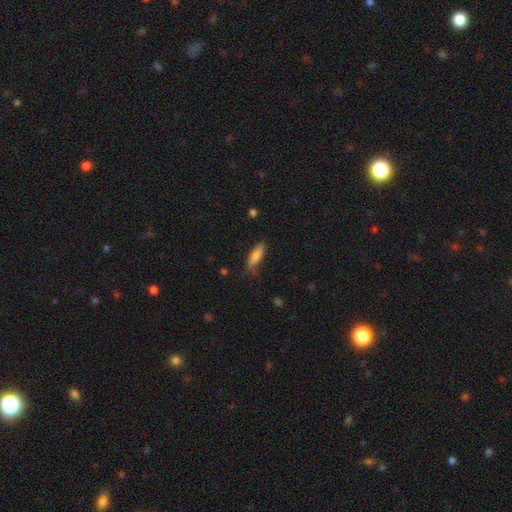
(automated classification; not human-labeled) Smooth or featured: smooth — 78% (featured or disk — 16%)
How rounded: cigar-shaped — 51% (in between — 47%)
Merging: none — 71% (minor disturbance — 22%)